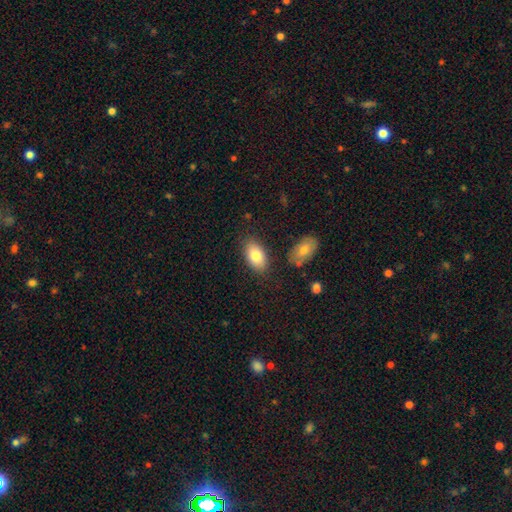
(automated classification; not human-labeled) smooth_or_featured: smooth (p=0.81) [alt: featured or disk p=0.12]
how_rounded: in between (p=0.93) [alt: round p=0.05]
merging: none (p=0.82) [alt: minor disturbance p=0.12]